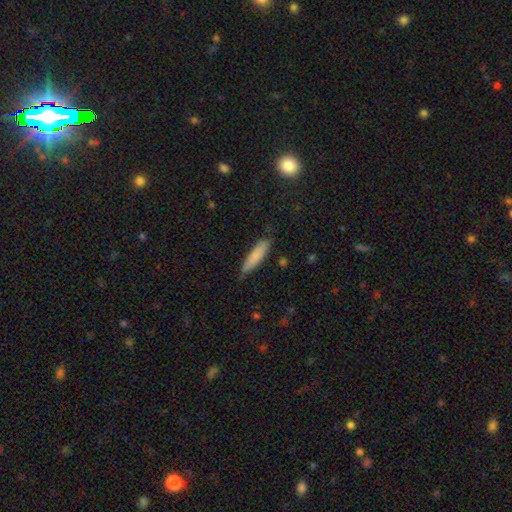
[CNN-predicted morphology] A smooth galaxy with no disk features (81%) that is cigar-shaped (75%). Merging: none (79%).